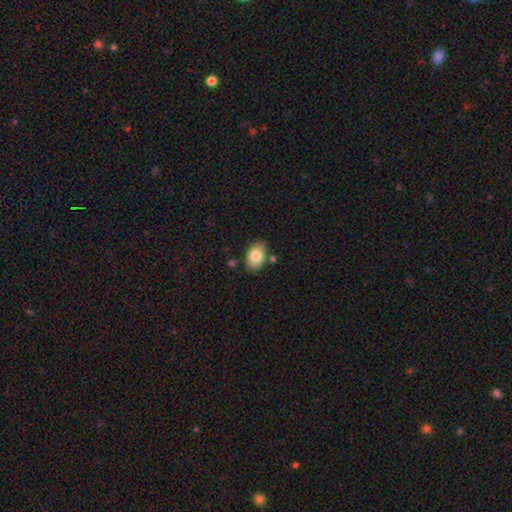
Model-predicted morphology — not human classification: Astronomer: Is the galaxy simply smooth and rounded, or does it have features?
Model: smooth — 82%.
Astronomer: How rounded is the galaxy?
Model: in between — 85%.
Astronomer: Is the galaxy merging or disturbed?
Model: none — 79%.